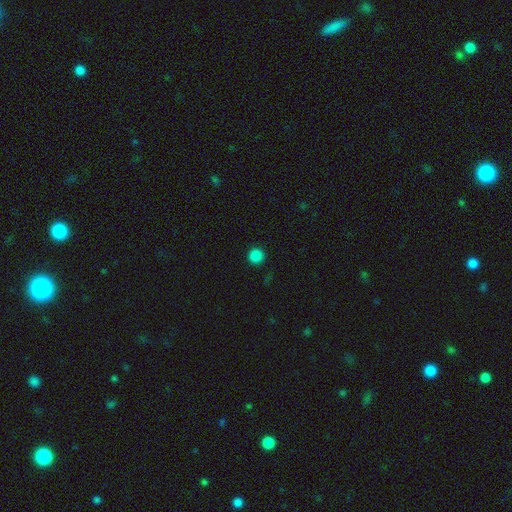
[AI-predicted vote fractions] Overall: smooth (85%). How rounded: round (95%). Merging: none (92%).